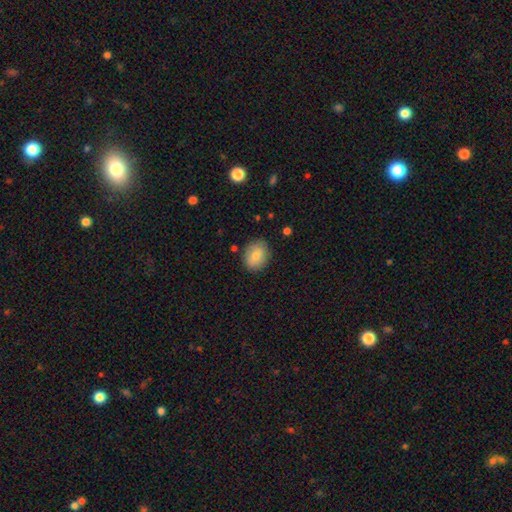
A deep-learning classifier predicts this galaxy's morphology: The model was most divided on "how rounded": round: 51%, in between: 48%, cigar-shaped: 1%. More confident: merging — none (84%); smooth or featured — smooth (78%).